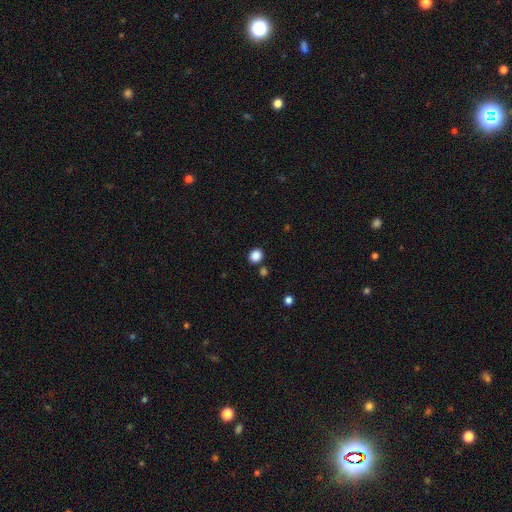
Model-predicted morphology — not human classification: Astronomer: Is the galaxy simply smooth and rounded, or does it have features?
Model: smooth — 86%.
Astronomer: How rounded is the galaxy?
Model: round — 74%.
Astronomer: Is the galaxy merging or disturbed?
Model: none — 83%.